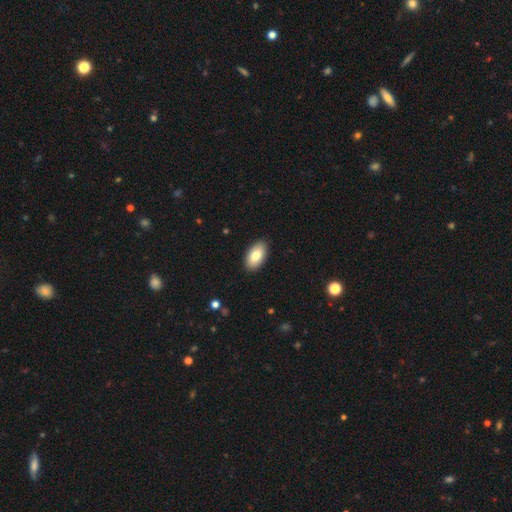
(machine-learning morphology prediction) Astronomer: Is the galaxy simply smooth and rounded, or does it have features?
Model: smooth — 80%.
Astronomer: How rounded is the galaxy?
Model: in between — 95%.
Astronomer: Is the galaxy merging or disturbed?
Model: none — 90%.